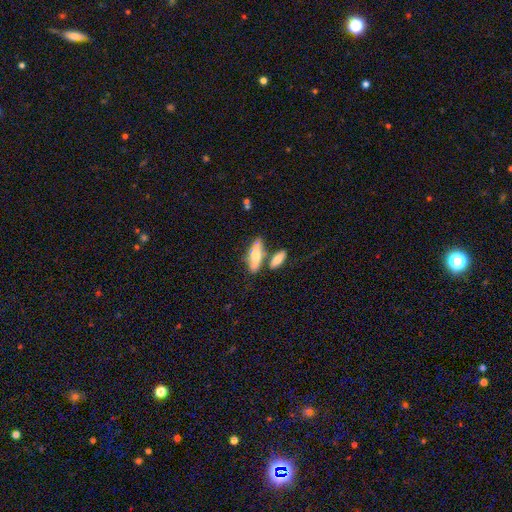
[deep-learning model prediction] This appears to be a smooth galaxy with no disk features (58%) that is in between round and cigar-shaped (63%). Merging: none (49%).